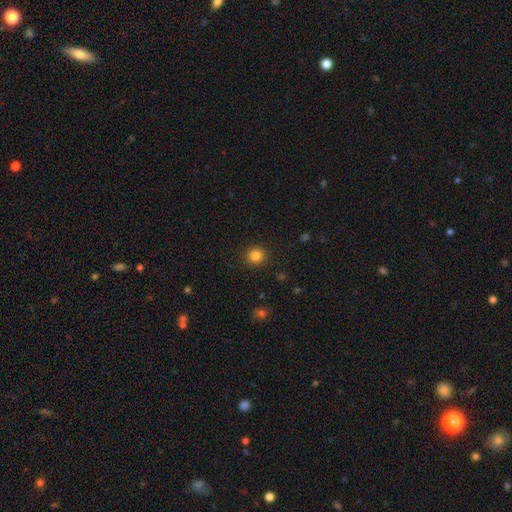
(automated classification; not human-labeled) Smooth or featured? smooth (83%)
How rounded? round (91%)
Merging? none (91%)